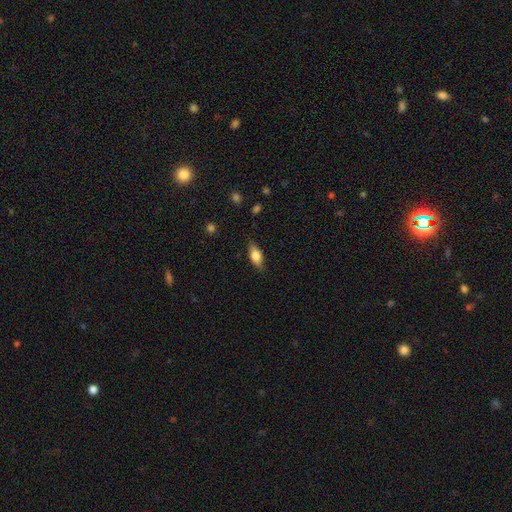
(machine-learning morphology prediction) type=smooth (73%); roundness=in between (80%); merging=none (80%).